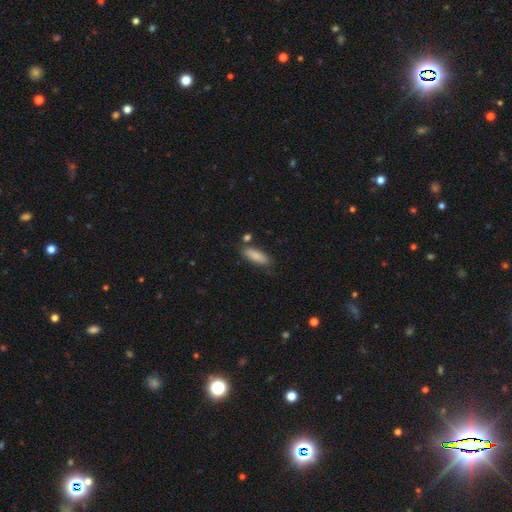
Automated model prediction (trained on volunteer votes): Smooth or featured? Predicted: smooth (p=0.85). How rounded? Predicted: in between (p=0.65). Merging? Predicted: none (p=0.73).